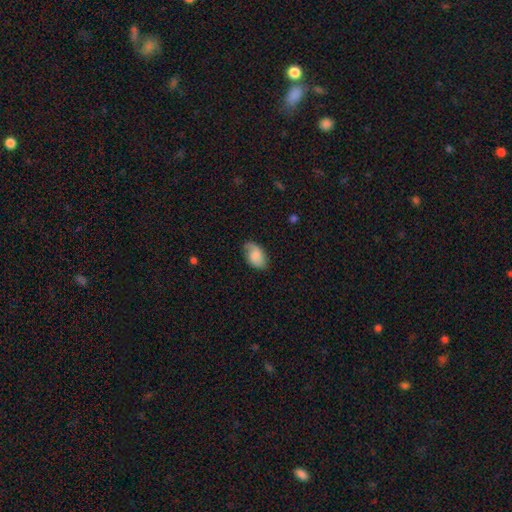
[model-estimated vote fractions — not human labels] This appears to be a smooth galaxy with no disk features (72%) that is in between round and cigar-shaped (90%). Merging: none (68%).